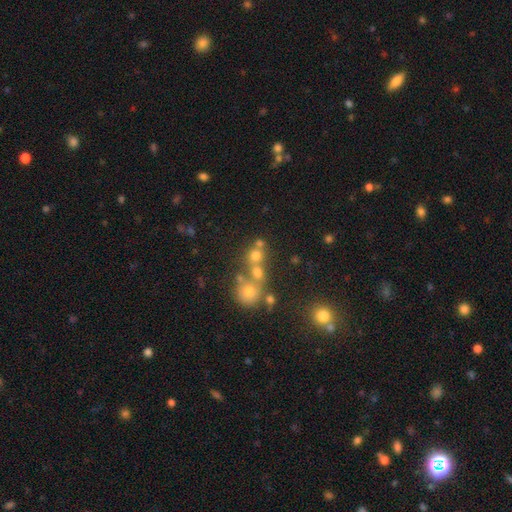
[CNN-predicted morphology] Overall: smooth (65%). How rounded: round (85%). Merging: none (50%; merger 39%).